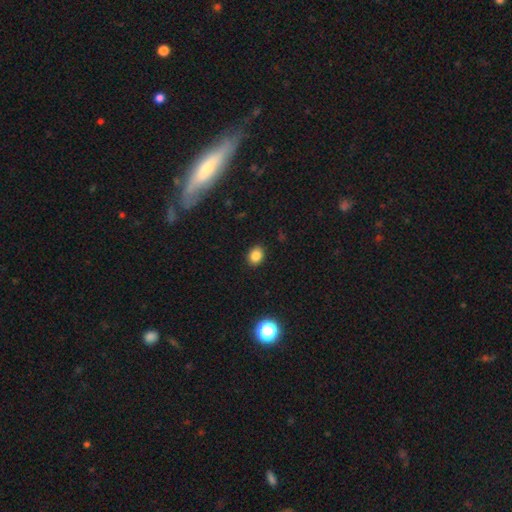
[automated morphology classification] The model was most divided on "how rounded": in between: 52%, round: 47%, cigar-shaped: 1%. More confident: merging — none (89%); smooth or featured — smooth (85%).